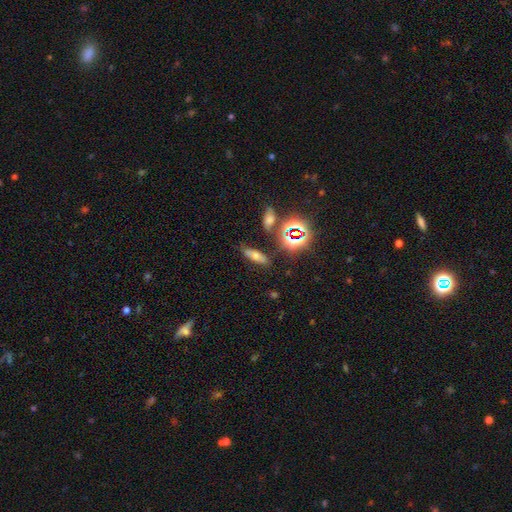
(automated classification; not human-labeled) A smooth galaxy with no disk features (54%) that is in between round and cigar-shaped (57%). Merging: none (72%).